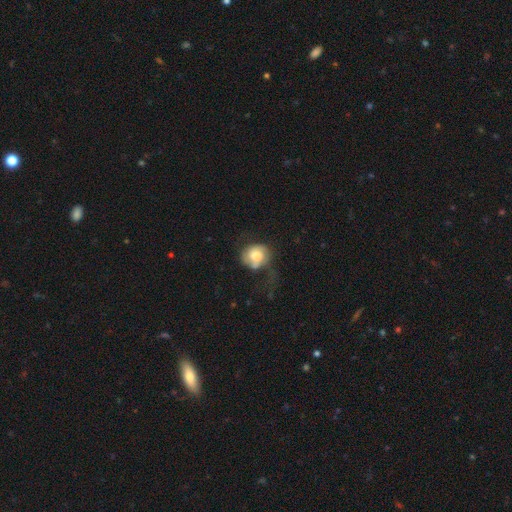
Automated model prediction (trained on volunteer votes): Smooth or featured: smooth — 62% (featured or disk — 30%)
How rounded: round — 71% (in between — 28%)
Merging: none — 36% (major disturbance — 31%)